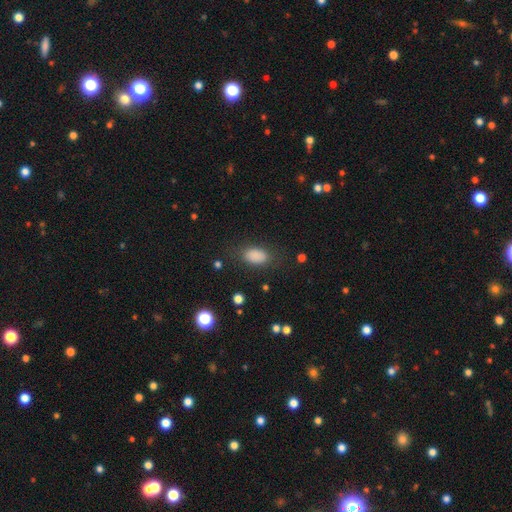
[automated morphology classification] This appears to be a smooth galaxy with no disk features (86%) that is in between round and cigar-shaped (90%). Merging: none (79%).